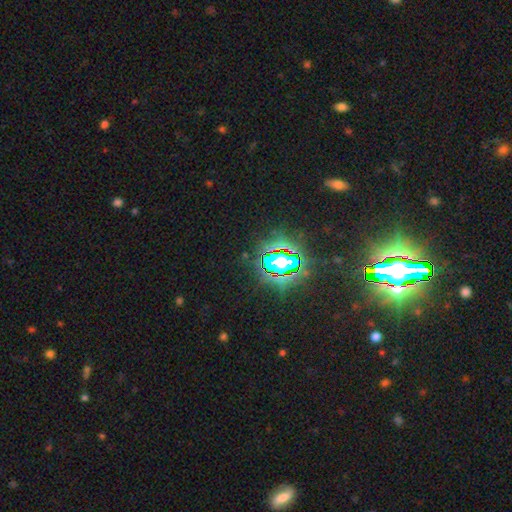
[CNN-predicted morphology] star or artifact 85%, smooth 8%, featured or disk 7%.